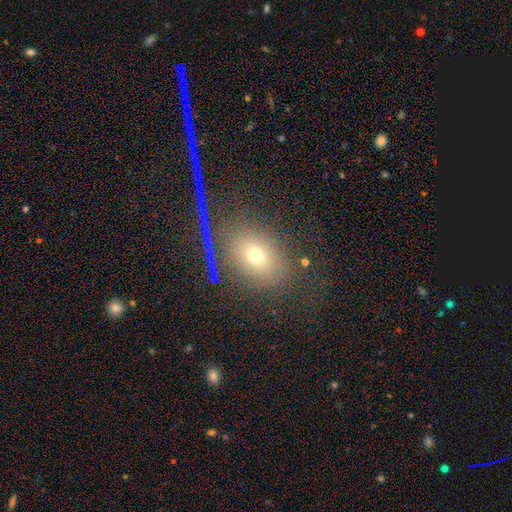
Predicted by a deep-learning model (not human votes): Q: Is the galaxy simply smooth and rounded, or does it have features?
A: smooth — 65%.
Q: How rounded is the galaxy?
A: in between — 55%.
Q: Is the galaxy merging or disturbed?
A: none — 76%.